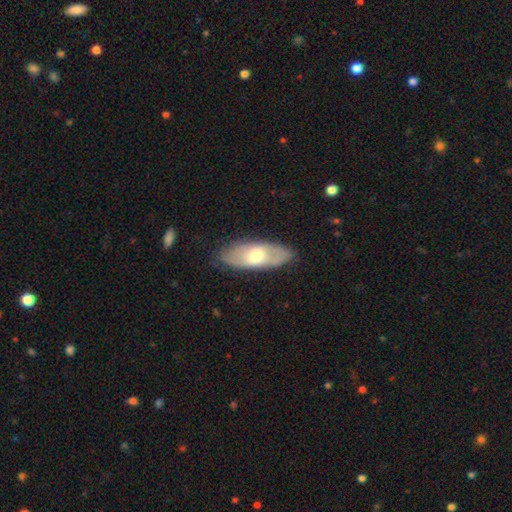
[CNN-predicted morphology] Smooth or featured? Predicted: smooth (p=0.53). How rounded? Predicted: in between (p=0.76). Merging? Predicted: none (p=0.80).